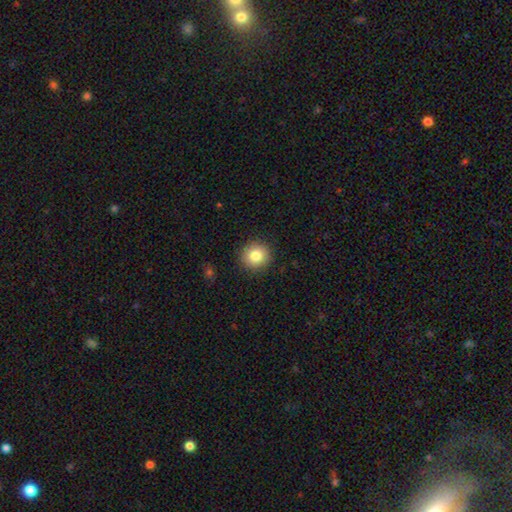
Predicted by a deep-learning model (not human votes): Smooth or featured? Predicted: smooth (p=0.82). How rounded? Predicted: round (p=0.92). Merging? Predicted: none (p=0.91).